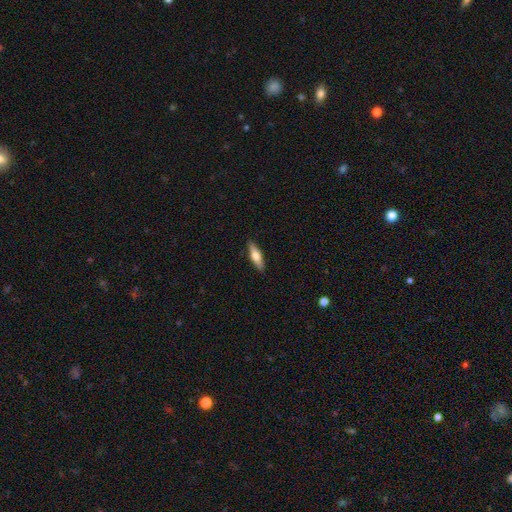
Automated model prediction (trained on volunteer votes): Smooth or featured? smooth (61%)
How rounded? cigar-shaped (58%)
Merging? none (89%)